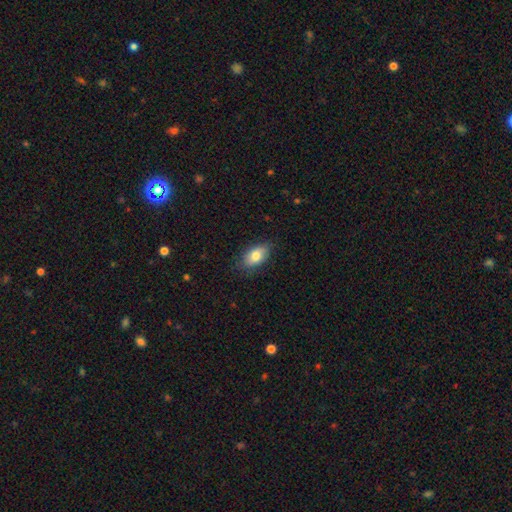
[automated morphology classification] Smooth or featured? Predicted: smooth (p=0.79). How rounded? Predicted: in between (p=0.90). Merging? Predicted: none (p=0.81).